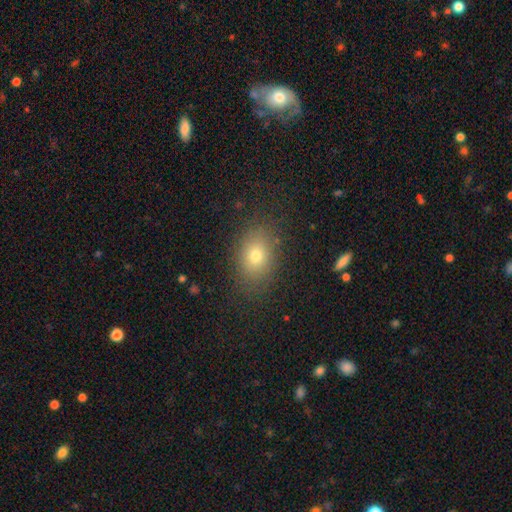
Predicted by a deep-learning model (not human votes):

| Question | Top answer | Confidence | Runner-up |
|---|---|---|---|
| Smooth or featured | smooth | 74% | star or artifact (14%) |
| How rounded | in between | 69% | round (30%) |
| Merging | none | 83% | minor disturbance (11%) |